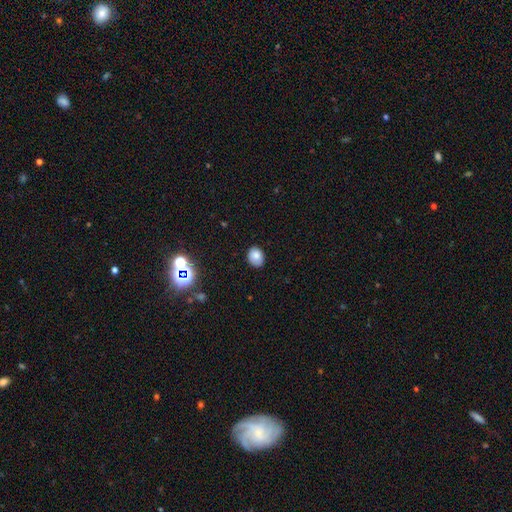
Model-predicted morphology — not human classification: This is clearly a smooth galaxy (81%). How rounded: possibly in between (58%). Merging: clearly none (82%).